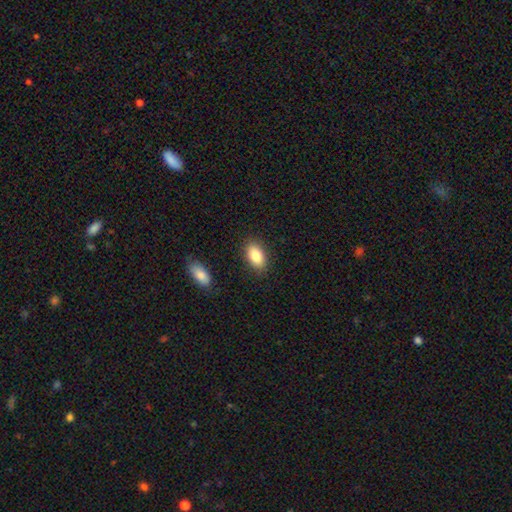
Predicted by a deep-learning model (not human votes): smooth-or-featured: smooth: 86% | star or artifact: 7% | featured or disk: 7%
  how-rounded: in between: 91% | round: 6% | cigar-shaped: 3%
  merging: none: 86% | minor disturbance: 9% | major disturbance: 3% | merger: 2%